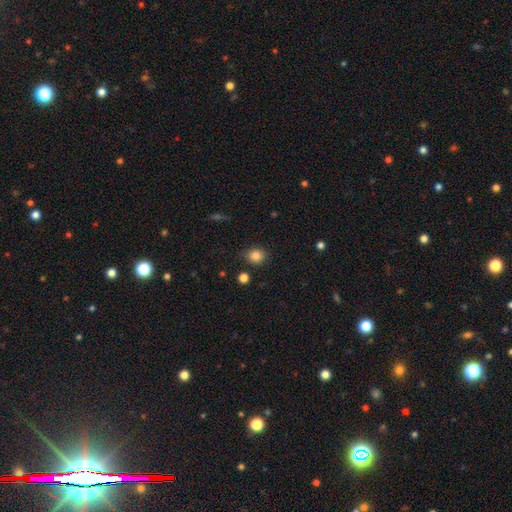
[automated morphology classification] Smooth or featured: smooth — 84% (star or artifact — 11%)
How rounded: round — 73% (in between — 26%)
Merging: none — 81% (minor disturbance — 13%)